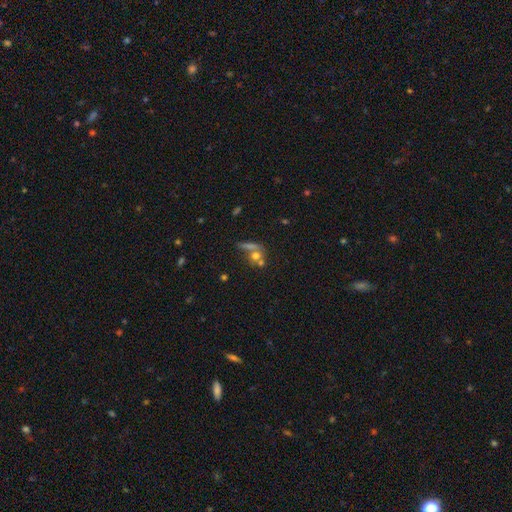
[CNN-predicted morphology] Overall: smooth (58%; featured or disk 25%). How rounded: round (61%; in between 26%). Merging: none (41%; merger 39%).